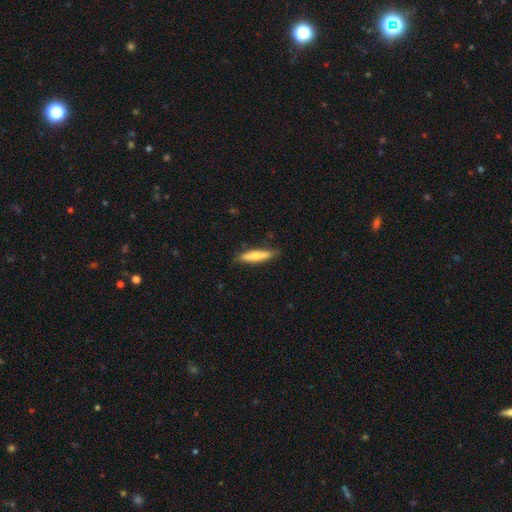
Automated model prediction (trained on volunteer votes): Overall: smooth (65%; featured or disk 29%). How rounded: cigar-shaped (80%). Merging: none (81%).